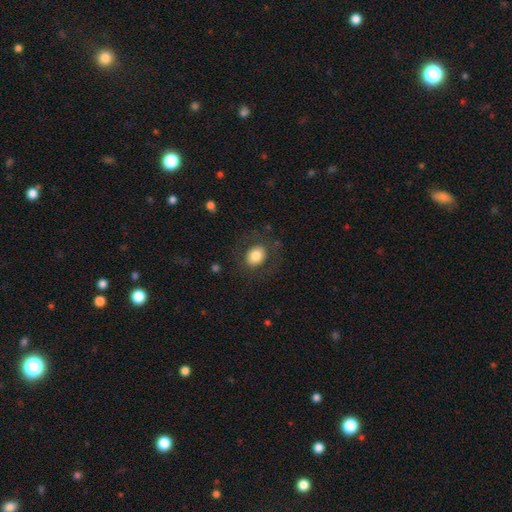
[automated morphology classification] smooth-or-featured: smooth: 77% | featured or disk: 15% | star or artifact: 8%
  how-rounded: in between: 57% | round: 42% | cigar-shaped: 1%
  merging: none: 78% | minor disturbance: 12% | major disturbance: 9% | merger: 1%